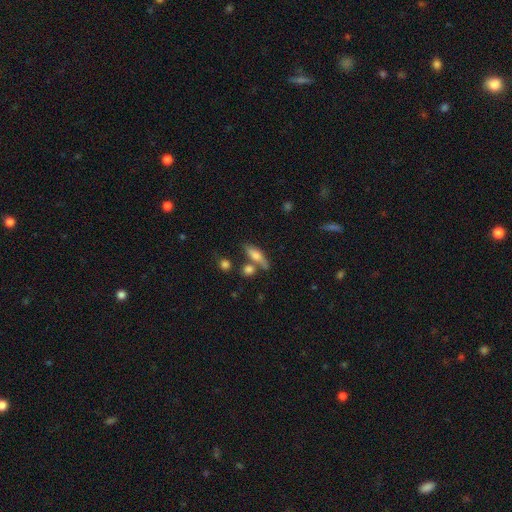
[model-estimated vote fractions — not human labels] Smooth or featured: smooth — 62% (featured or disk — 30%)
How rounded: cigar-shaped — 49% (in between — 46%)
Merging: none — 61% (merger — 18%)